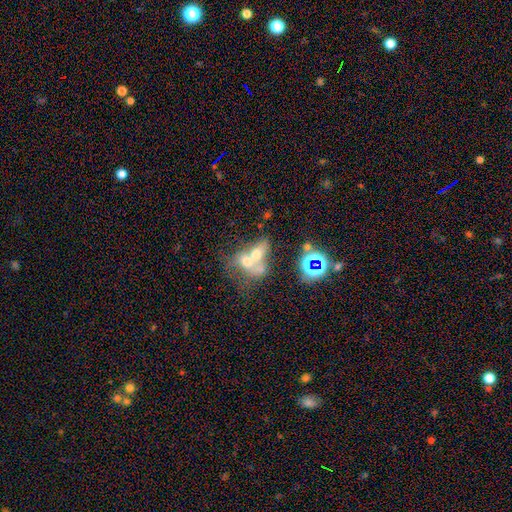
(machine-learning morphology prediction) A smooth galaxy with no disk features (46%).

Vote fractions:
- Smooth or featured? smooth: 46% / featured or disk: 34% / star or artifact: 20%
- Merging? merger: 71% / none: 15% / major disturbance: 8% / minor disturbance: 6%